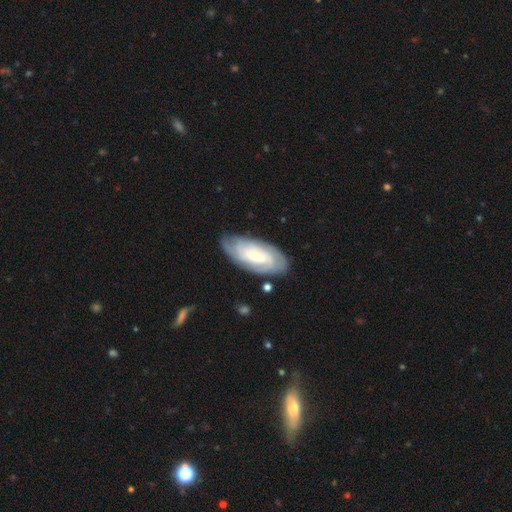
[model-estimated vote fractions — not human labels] smooth_or_featured: featured or disk (p=0.70) [alt: smooth p=0.25]
disk_edge_on: no (p=0.92) [alt: yes p=0.08]
bar: no (p=0.57) [alt: weak p=0.33]
has_spiral_arms: yes (p=0.90) [alt: no p=0.10]
spiral_winding: tight (p=0.69) [alt: medium p=0.25]
spiral_arm_count: can't tell (p=0.48) [alt: 2 p=0.20]
bulge_size: small (p=0.64) [alt: moderate p=0.30]
merging: none (p=0.77) [alt: minor disturbance p=0.17]